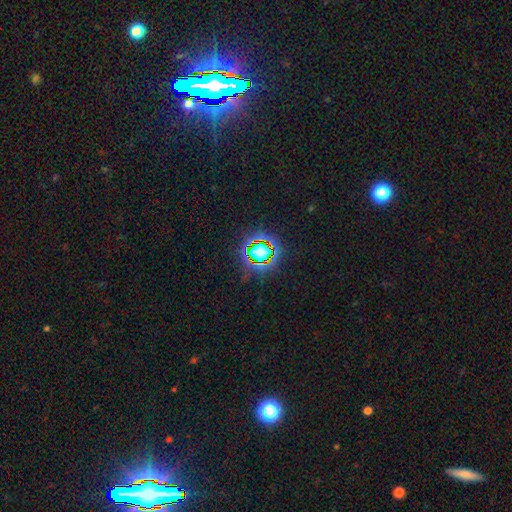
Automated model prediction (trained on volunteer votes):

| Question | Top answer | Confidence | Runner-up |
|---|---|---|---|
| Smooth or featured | star or artifact | 81% | smooth (11%) |